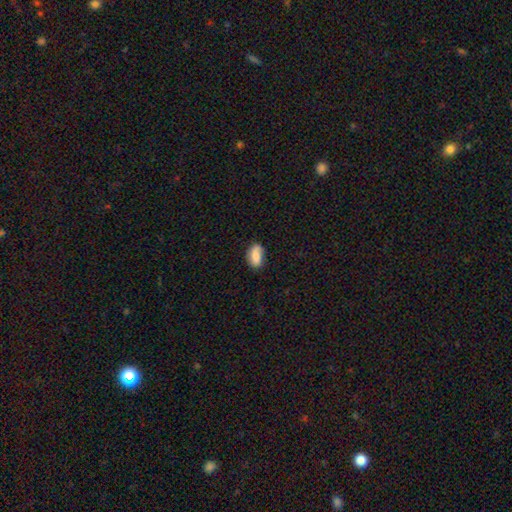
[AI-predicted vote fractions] Smooth or featured: smooth — 80% (featured or disk — 13%)
How rounded: in between — 91% (round — 6%)
Merging: none — 75% (minor disturbance — 19%)